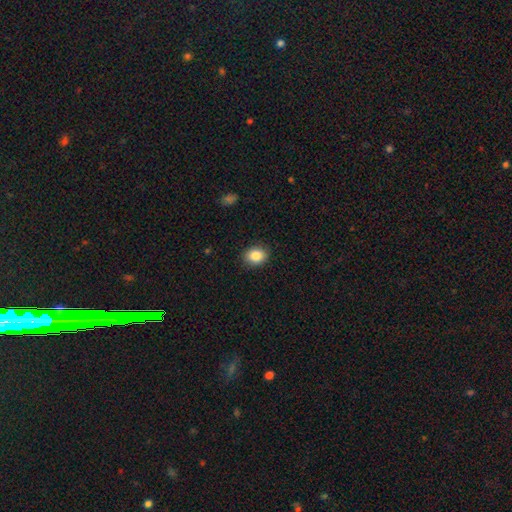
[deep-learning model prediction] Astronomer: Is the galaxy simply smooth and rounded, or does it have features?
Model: smooth — 86%.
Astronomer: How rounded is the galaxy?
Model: in between — 51% (runner-up: round, 48%).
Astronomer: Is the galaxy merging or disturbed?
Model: none — 89%.